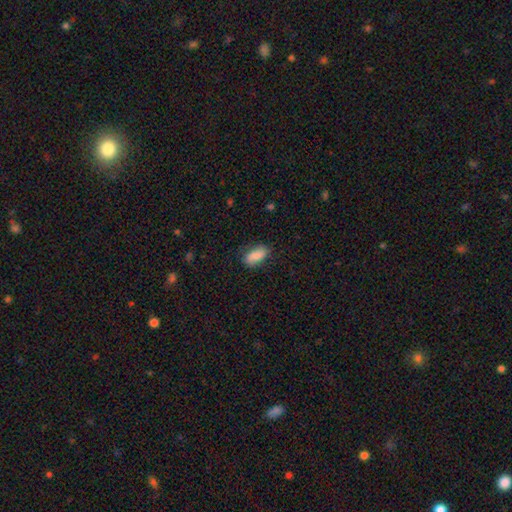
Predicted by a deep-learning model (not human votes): The model was most divided on "merging": none: 74%, minor disturbance: 19%, major disturbance: 5%, merger: 1%. More confident: how rounded — in between (89%); smooth or featured — smooth (83%).